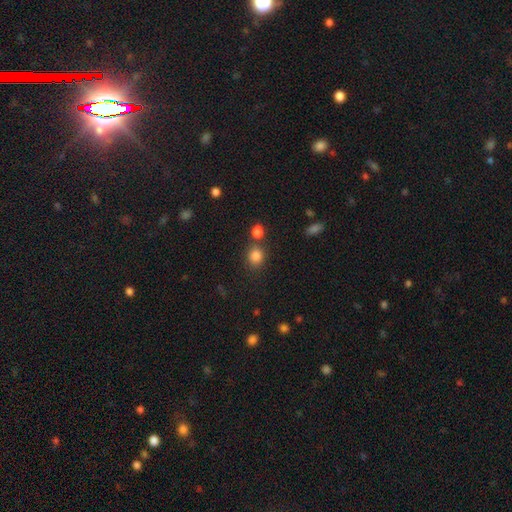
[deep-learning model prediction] smooth_or_featured: smooth (p=0.83) [alt: star or artifact p=0.12]
how_rounded: round (p=0.70) [alt: in between p=0.29]
merging: none (p=0.70) [alt: merger p=0.16]